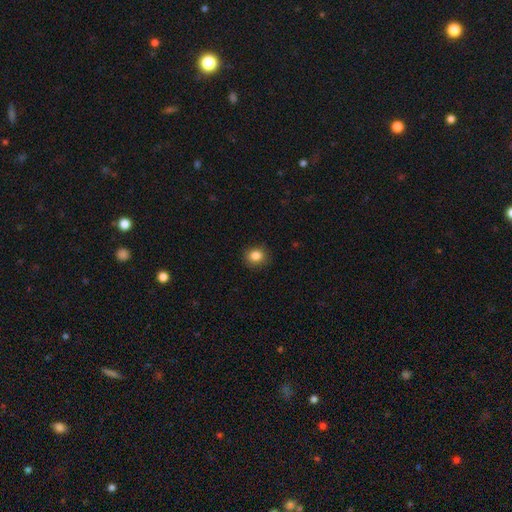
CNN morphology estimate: Smooth or featured: smooth — 85% (star or artifact — 10%)
How rounded: round — 70% (in between — 29%)
Merging: none — 87% (minor disturbance — 10%)